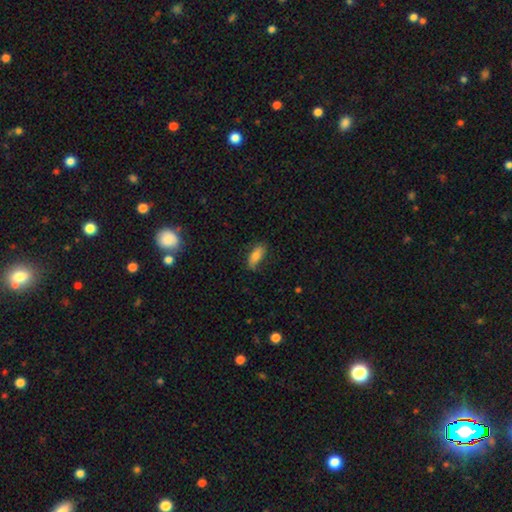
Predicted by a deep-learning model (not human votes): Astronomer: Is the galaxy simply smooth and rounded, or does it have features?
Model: smooth — 78%.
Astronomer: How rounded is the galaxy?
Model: in between — 79%.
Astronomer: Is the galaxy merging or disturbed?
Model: none — 69%.